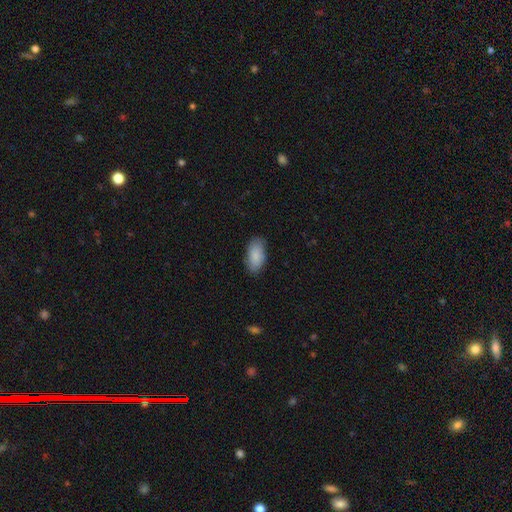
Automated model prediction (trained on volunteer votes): Q: Smooth or featured?
A: smooth (87%); runner-up: featured or disk (7%)
Q: How rounded?
A: in between (94%); runner-up: cigar-shaped (3%)
Q: Merging?
A: none (81%); runner-up: minor disturbance (15%)